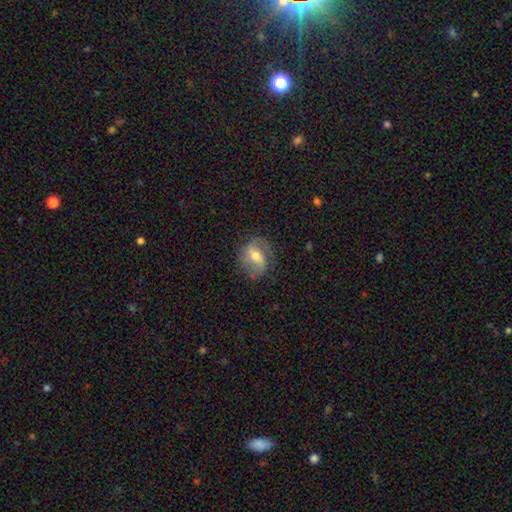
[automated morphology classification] Smooth or featured?
  - featured or disk: 63% *
  - smooth: 29%
  - star or artifact: 8%
Edge-on disk?
  - no: 95% *
  - yes: 5%
Bar?
  - weak: 42% *
  - strong: 34%
  - no: 24%
Spiral arms?
  - yes: 83% *
  - no: 17%
Bulge size?
  - moderate: 62% *
  - small: 28%
  - large: 7%
  - none: 2%
  - dominant: 1%
Merging?
  - none: 71% *
  - minor disturbance: 19%
  - major disturbance: 9%
  - merger: 1%